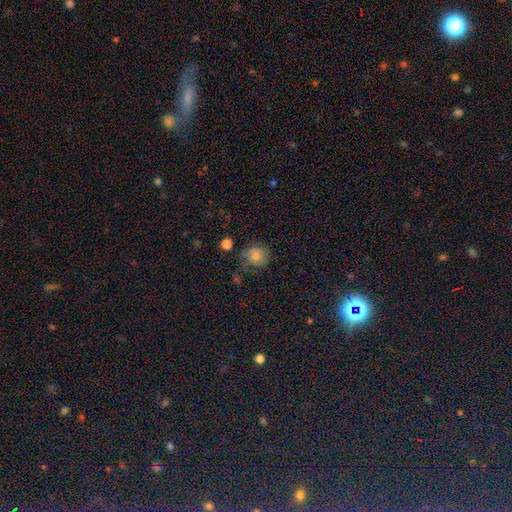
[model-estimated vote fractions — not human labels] smooth 75%, featured or disk 14%, star or artifact 11%. Down the decision tree: how rounded — round (86%); merging — none (61%).